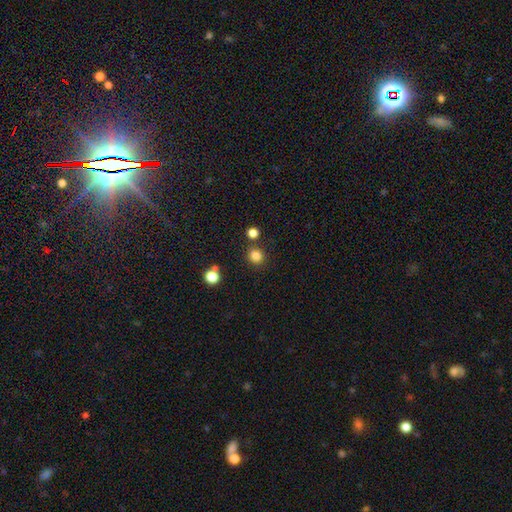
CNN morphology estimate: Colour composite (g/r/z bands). It shows a smooth galaxy with no disk features (82%) that is round (90%). Merging: none (82%).